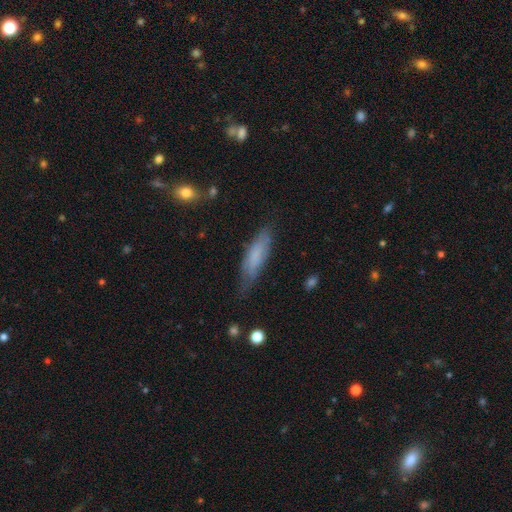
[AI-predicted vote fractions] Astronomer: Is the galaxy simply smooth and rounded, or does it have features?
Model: smooth — 69%.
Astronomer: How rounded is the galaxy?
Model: cigar-shaped — 60% (runner-up: in between, 39%).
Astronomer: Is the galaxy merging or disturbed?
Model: none — 64%.